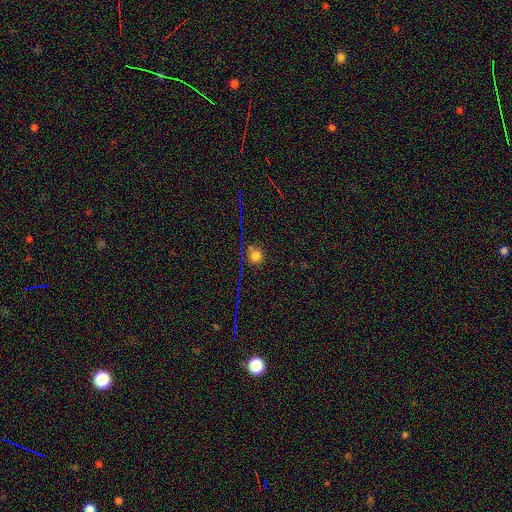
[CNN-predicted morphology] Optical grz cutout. It shows a smooth galaxy with no disk features (65%) that is round (88%). Merging: none (79%).